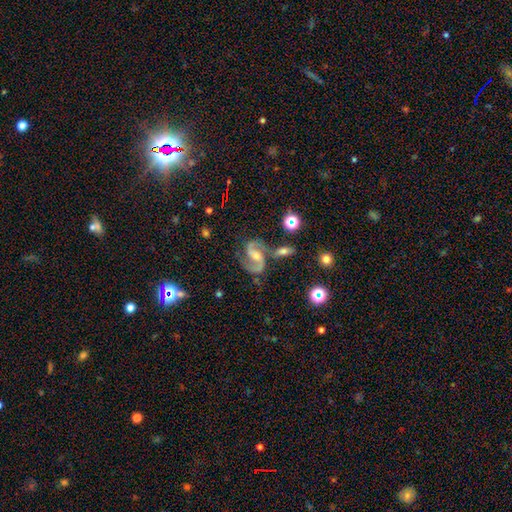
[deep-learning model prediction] smooth_or_featured: featured or disk (p=0.88) [alt: star or artifact p=0.07]
disk_edge_on: no (p=0.97) [alt: yes p=0.03]
bar: weak (p=0.45) [alt: strong p=0.29]
has_spiral_arms: yes (p=0.97) [alt: no p=0.03]
spiral_winding: medium (p=0.60) [alt: loose p=0.27]
spiral_arm_count: 2 (p=0.93) [alt: can't tell p=0.02]
bulge_size: moderate (p=0.46) [alt: small p=0.40]
merging: none (p=0.62) [alt: minor disturbance p=0.15]